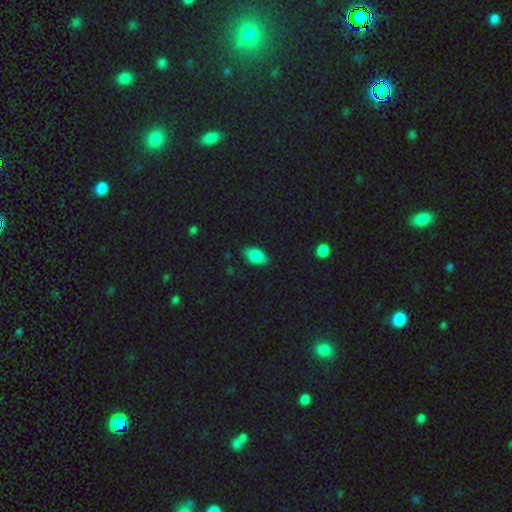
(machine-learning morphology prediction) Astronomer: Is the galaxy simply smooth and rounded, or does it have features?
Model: smooth — 81%.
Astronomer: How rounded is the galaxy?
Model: in between — 91%.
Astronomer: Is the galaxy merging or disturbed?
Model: none — 82%.